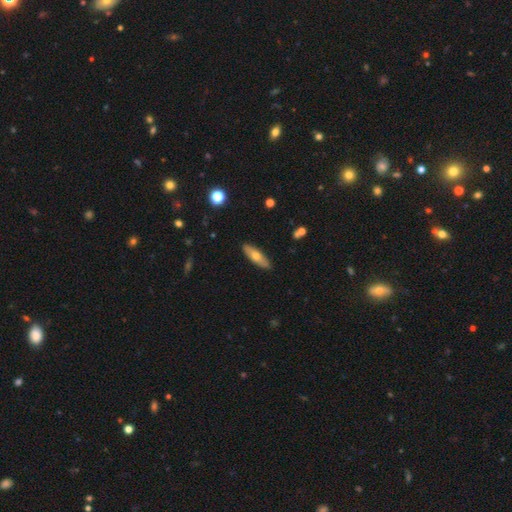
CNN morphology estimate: Smooth or featured: smooth — 59% (featured or disk — 35%)
How rounded: cigar-shaped — 55% (in between — 42%)
Merging: none — 88% (minor disturbance — 9%)